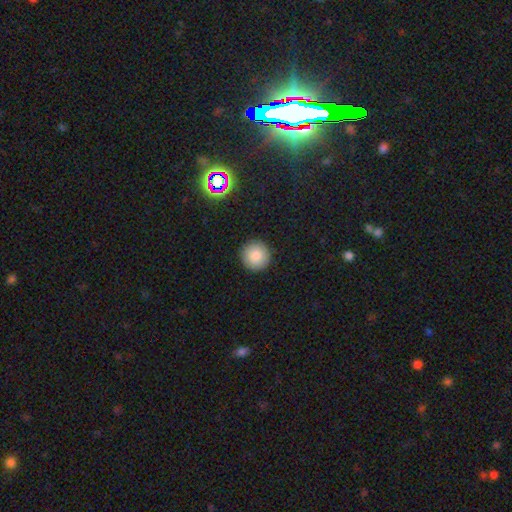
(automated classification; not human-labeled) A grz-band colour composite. It shows a smooth galaxy with no disk features (84%) that is round (96%). Merging: none (92%).